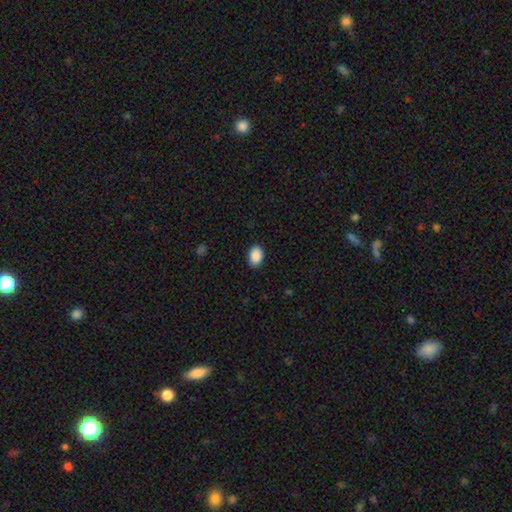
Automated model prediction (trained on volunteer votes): smooth_or_featured: smooth (p=0.90) [alt: star or artifact p=0.07]
how_rounded: in between (p=0.84) [alt: round p=0.15]
merging: none (p=0.90) [alt: minor disturbance p=0.07]